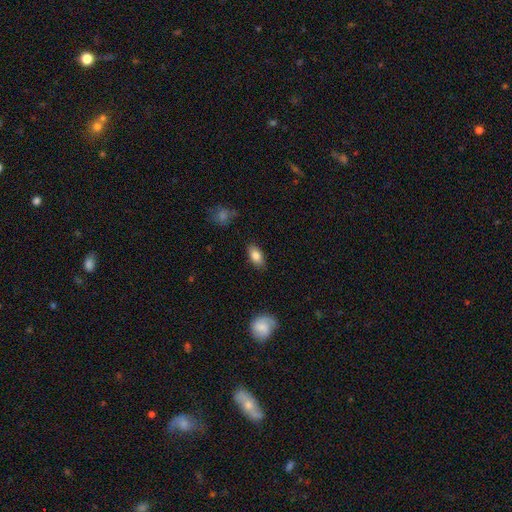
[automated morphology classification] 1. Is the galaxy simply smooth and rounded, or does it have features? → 82% smooth, 11% featured or disk, 7% star or artifact.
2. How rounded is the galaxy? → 90% in between, 5% cigar-shaped, 5% round.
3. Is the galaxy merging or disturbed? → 86% none, 11% minor disturbance, 2% major disturbance, 1% merger.